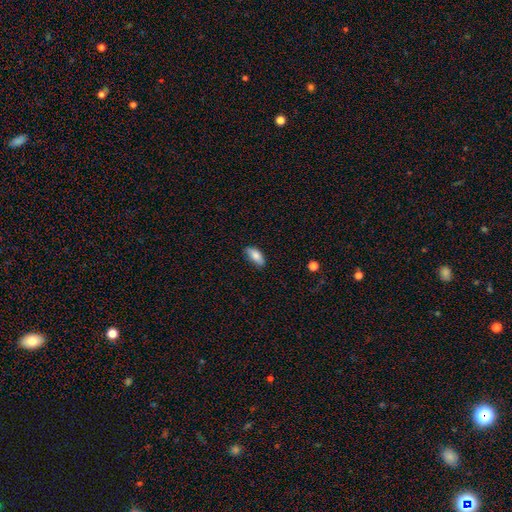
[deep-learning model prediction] smooth 83%, featured or disk 10%, star or artifact 7%. Down the decision tree: how rounded — in between (87%); merging — none (78%).